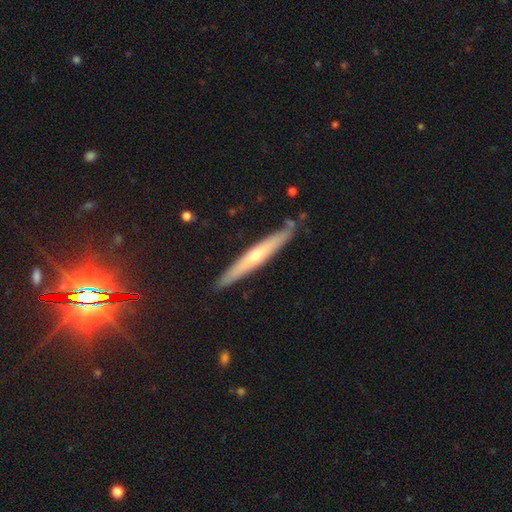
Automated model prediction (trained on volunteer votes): This appears to be a featured or disk galaxy (55%) viewed edge-on (92%) with a rounded central bulge (65%). Merging: none (86%).